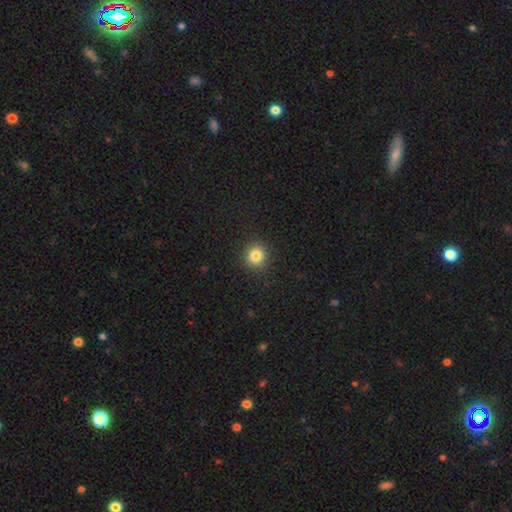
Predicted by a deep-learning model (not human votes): Smooth or featured? Predicted: smooth (p=0.83). How rounded? Predicted: round (p=0.92). Merging? Predicted: none (p=0.92).